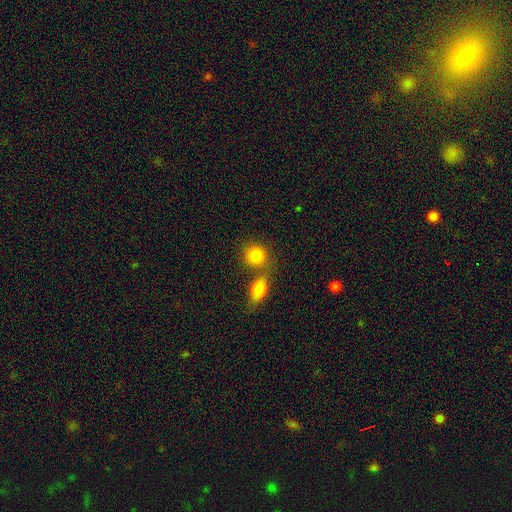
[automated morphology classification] Smooth or featured: smooth — 84% (star or artifact — 9%)
How rounded: round — 80% (in between — 18%)
Merging: none — 57% (merger — 31%)